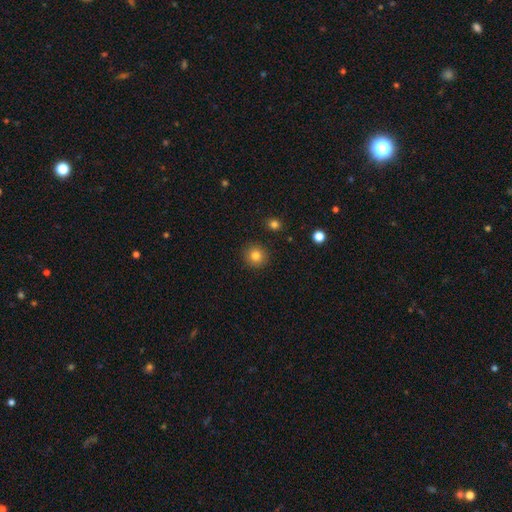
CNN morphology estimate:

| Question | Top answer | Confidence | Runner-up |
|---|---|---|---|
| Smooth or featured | smooth | 82% | star or artifact (11%) |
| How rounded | round | 93% | in between (6%) |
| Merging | none | 91% | minor disturbance (6%) |